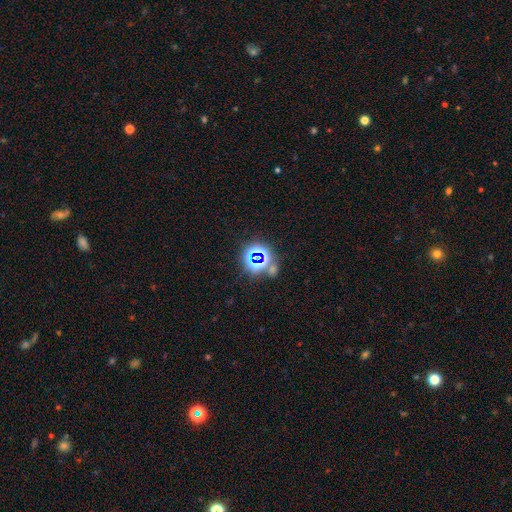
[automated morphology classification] This is likely a star or artifact rather than a galaxy (75%).